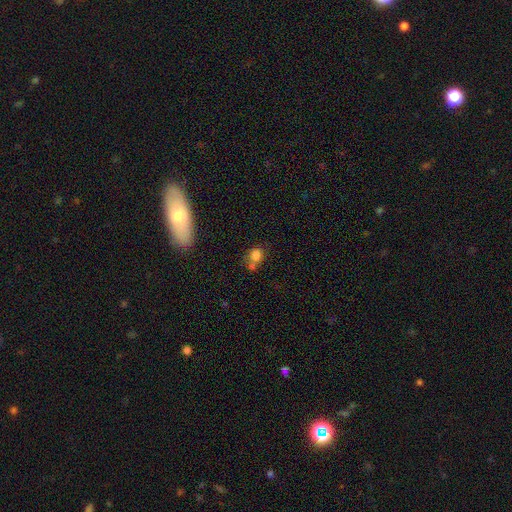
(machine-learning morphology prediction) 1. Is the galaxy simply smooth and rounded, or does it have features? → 80% smooth, 12% star or artifact, 8% featured or disk.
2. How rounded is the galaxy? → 70% round, 29% in between, 1% cigar-shaped.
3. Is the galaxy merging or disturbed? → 48% none, 31% merger, 15% minor disturbance, 7% major disturbance.